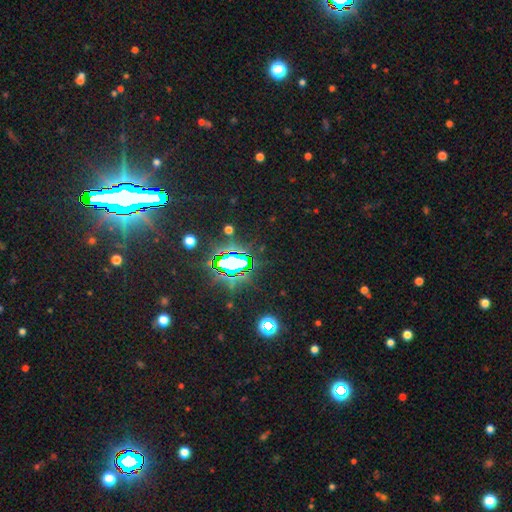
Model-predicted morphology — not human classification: Smooth or featured?
  - star or artifact: 85% *
  - smooth: 7%
  - featured or disk: 7%